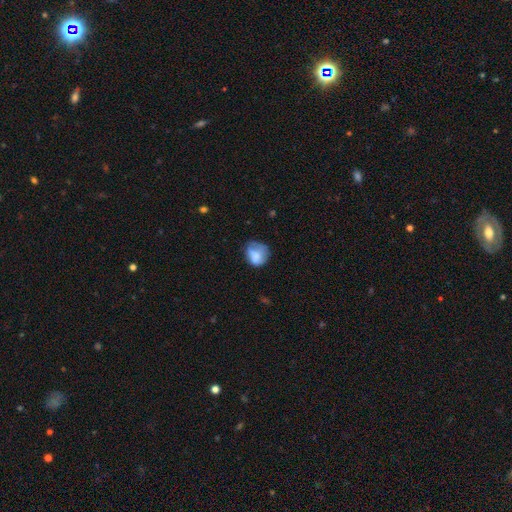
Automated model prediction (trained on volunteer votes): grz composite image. It shows a smooth galaxy with no disk features (73%) that is round (65%). Merging: none (47%).